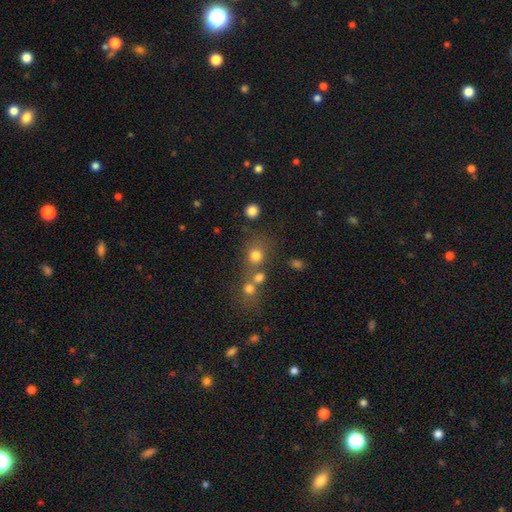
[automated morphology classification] smooth-or-featured: smooth: 74% | star or artifact: 16% | featured or disk: 10%
  how-rounded: round: 80% | in between: 18% | cigar-shaped: 1%
  merging: none: 53% | merger: 30% | minor disturbance: 10% | major disturbance: 7%